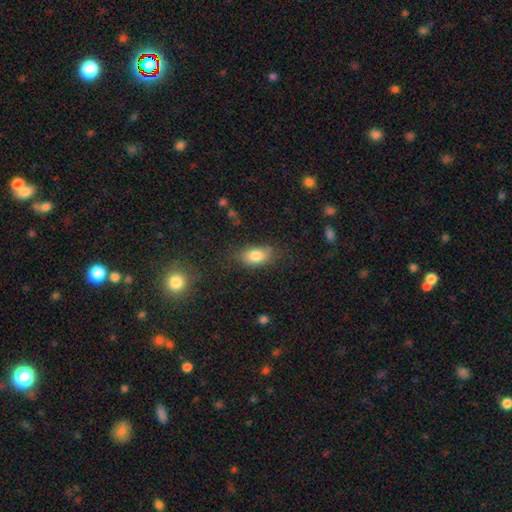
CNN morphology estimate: smooth_or_featured: smooth (p=0.82) [alt: featured or disk p=0.09]
how_rounded: in between (p=0.87) [alt: round p=0.10]
merging: none (p=0.74) [alt: minor disturbance p=0.18]